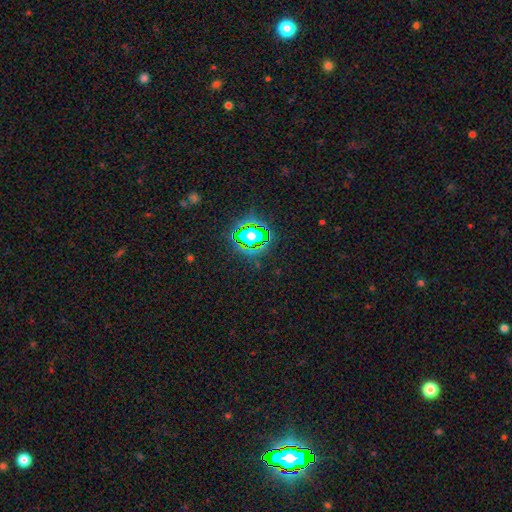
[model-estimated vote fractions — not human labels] smooth-or-featured: star or artifact: 81% | smooth: 12% | featured or disk: 7%